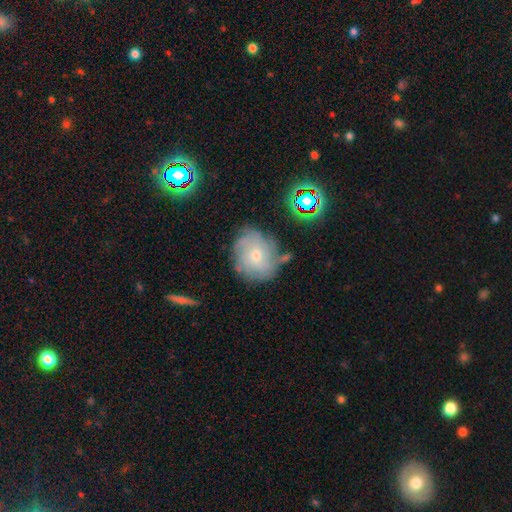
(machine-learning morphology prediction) Smooth or featured: featured or disk — 61% (smooth — 25%)
Edge-on disk: no — 96% (yes — 4%)
Bar: no — 79% (weak — 18%)
Spiral arms: yes — 85% (no — 15%)
Bulge size: small — 57% (moderate — 39%)
Merging: none — 70% (minor disturbance — 20%)